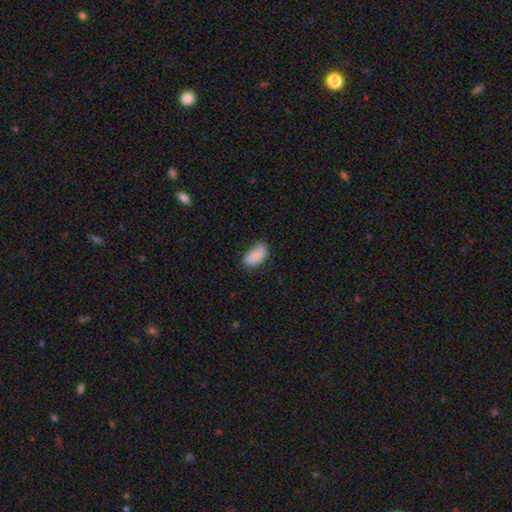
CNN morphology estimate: This is clearly a smooth galaxy (81%). How rounded: clearly in between (92%). Merging: likely none (61%).